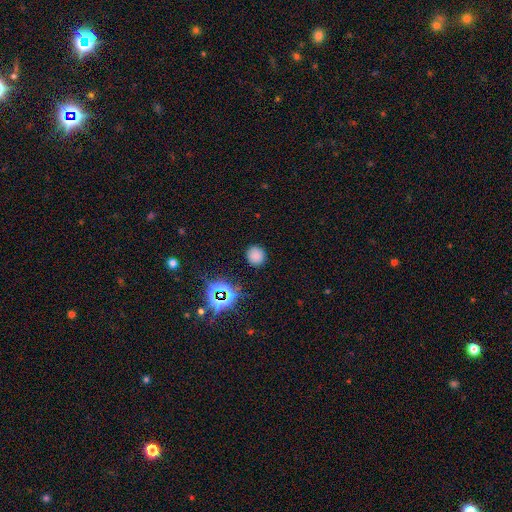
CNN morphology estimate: Smooth or featured: smooth — 74% (star or artifact — 21%)
How rounded: round — 87% (in between — 12%)
Merging: none — 89% (minor disturbance — 7%)